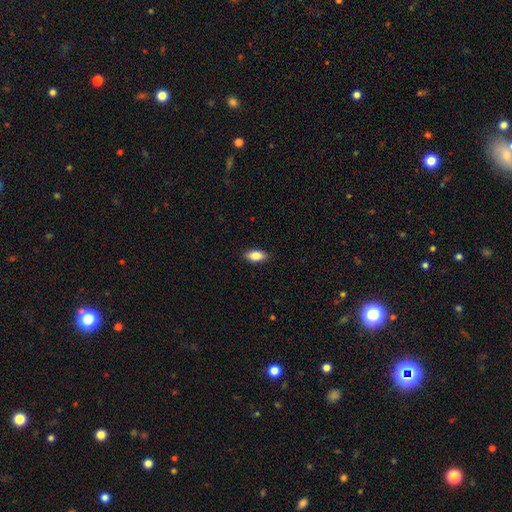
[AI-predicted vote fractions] Smooth or featured? smooth (85%)
How rounded? in between (89%)
Merging? none (88%)